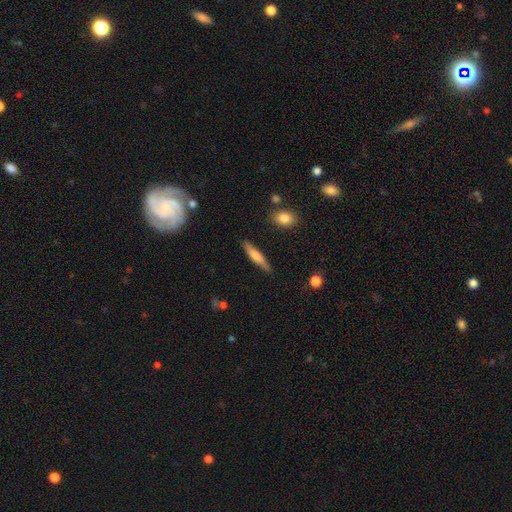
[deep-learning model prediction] Smooth or featured?
  - smooth: 65% *
  - featured or disk: 29%
  - star or artifact: 6%
How rounded?
  - cigar-shaped: 85% *
  - in between: 13%
  - round: 2%
Merging?
  - none: 85% *
  - minor disturbance: 11%
  - major disturbance: 2%
  - merger: 2%